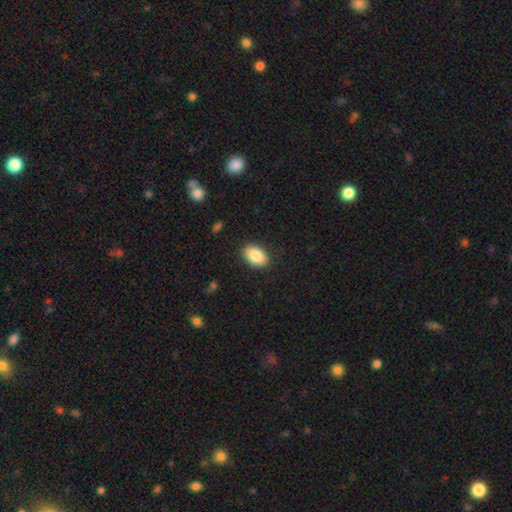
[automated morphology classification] A smooth galaxy with no disk features (86%) that is in between round and cigar-shaped (89%). Merging: none (88%).